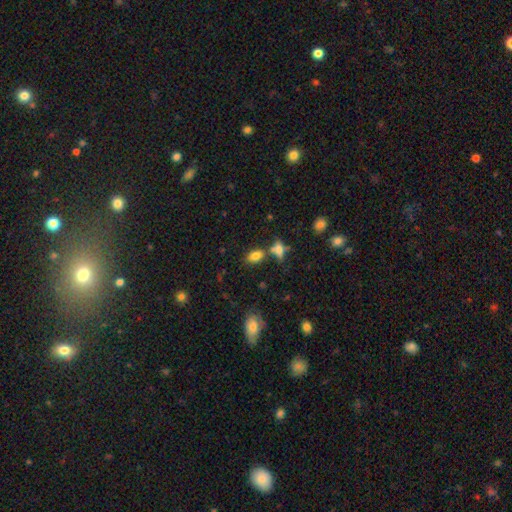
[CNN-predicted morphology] smooth-or-featured: smooth: 80% | star or artifact: 11% | featured or disk: 10%
  how-rounded: in between: 88% | round: 9% | cigar-shaped: 4%
  merging: none: 59% | merger: 24% | minor disturbance: 12% | major disturbance: 4%